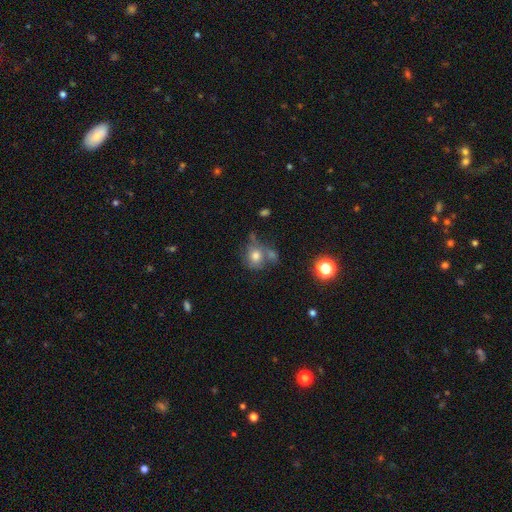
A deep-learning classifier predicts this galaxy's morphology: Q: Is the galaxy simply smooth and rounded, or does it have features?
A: smooth — 73%.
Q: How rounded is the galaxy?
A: round — 71%.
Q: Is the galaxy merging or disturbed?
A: none — 45%.